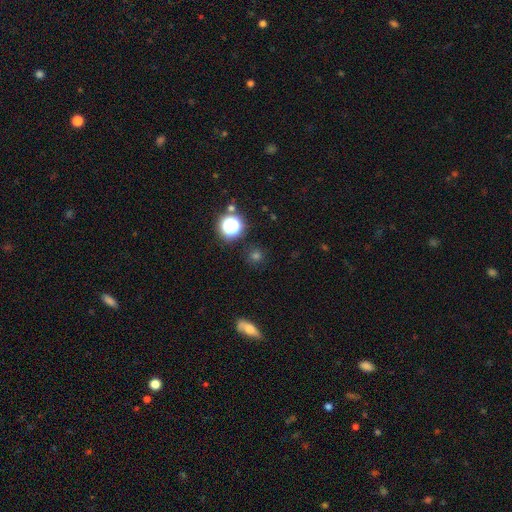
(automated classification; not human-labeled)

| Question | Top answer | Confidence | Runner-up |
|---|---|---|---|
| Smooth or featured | smooth | 65% | star or artifact (27%) |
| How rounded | round | 92% | in between (7%) |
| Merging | none | 87% | minor disturbance (7%) |